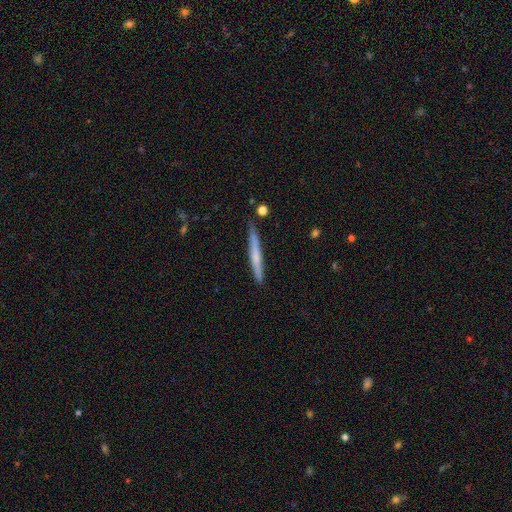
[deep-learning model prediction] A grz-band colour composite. It shows a smooth galaxy with no disk features (52%) that is cigar-shaped (96%). Merging: none (87%).